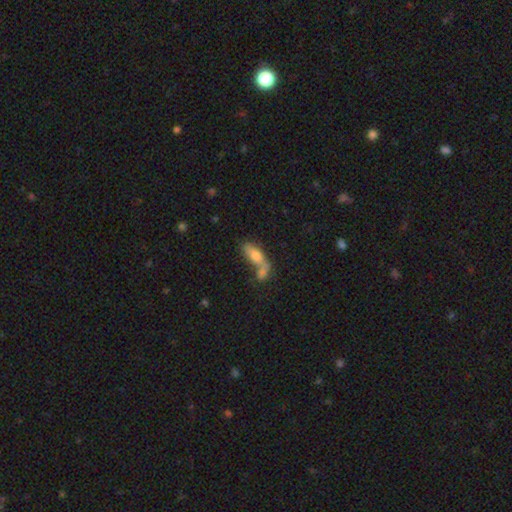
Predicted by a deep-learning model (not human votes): Overall: smooth (67%). How rounded: in between (73%). Merging: merger (53%; none 28%).